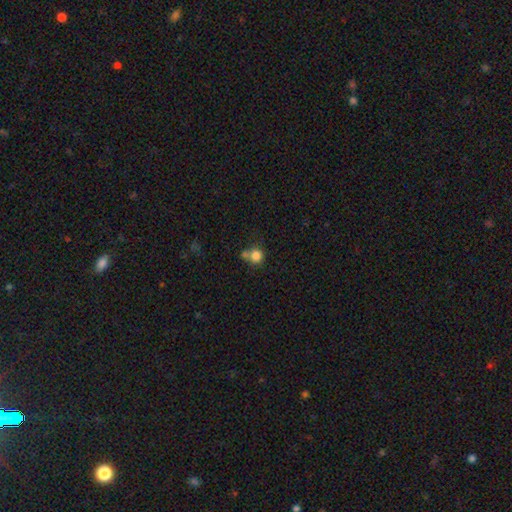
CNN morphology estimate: smooth 82%, star or artifact 11%, featured or disk 8%. Down the decision tree: how rounded — round (87%); merging — none (50%).